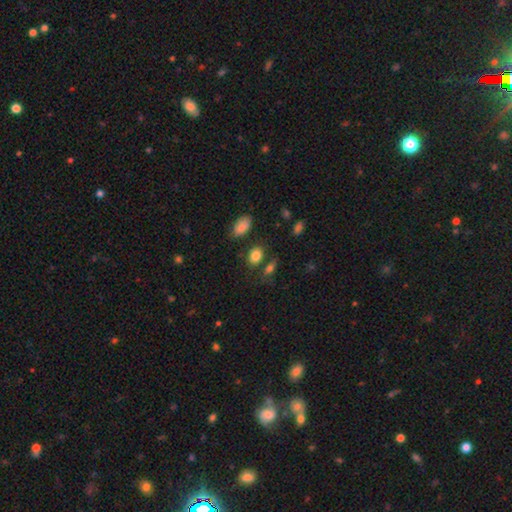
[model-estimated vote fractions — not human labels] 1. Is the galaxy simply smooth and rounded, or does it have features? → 84% smooth, 10% star or artifact, 6% featured or disk.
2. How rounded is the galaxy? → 73% in between, 25% round, 2% cigar-shaped.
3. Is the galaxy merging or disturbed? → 74% none, 13% minor disturbance, 9% merger, 4% major disturbance.